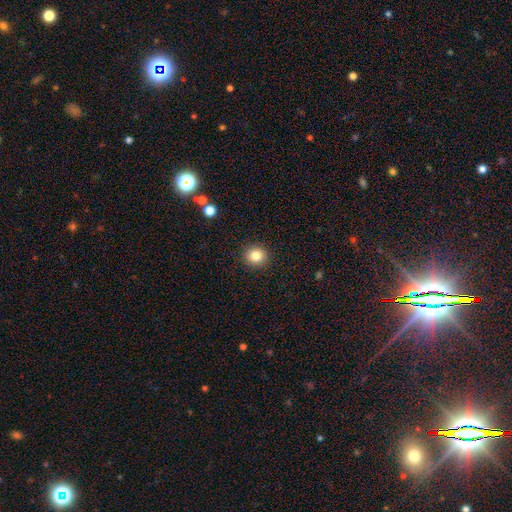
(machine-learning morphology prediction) Smooth or featured?
  - smooth: 83% *
  - star or artifact: 11%
  - featured or disk: 7%
How rounded?
  - round: 87% *
  - in between: 12%
  - cigar-shaped: 1%
Merging?
  - none: 91% *
  - minor disturbance: 6%
  - major disturbance: 2%
  - merger: 1%